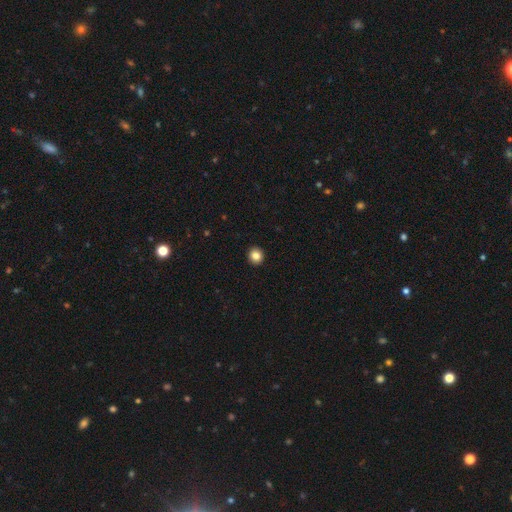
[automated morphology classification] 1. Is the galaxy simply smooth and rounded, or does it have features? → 85% smooth, 10% star or artifact, 5% featured or disk.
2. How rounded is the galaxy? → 89% round, 11% in between, 1% cigar-shaped.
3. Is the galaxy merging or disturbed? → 93% none, 4% minor disturbance, 1% major disturbance, 1% merger.